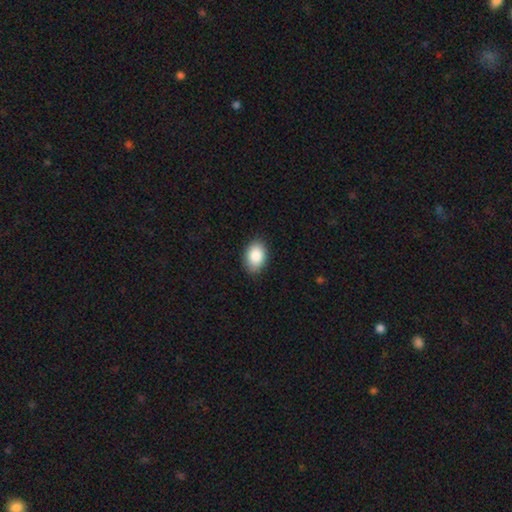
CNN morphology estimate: smooth-or-featured: smooth: 87% | star or artifact: 7% | featured or disk: 6%
  how-rounded: in between: 85% | round: 14% | cigar-shaped: 1%
  merging: none: 87% | minor disturbance: 10% | major disturbance: 2% | merger: 1%